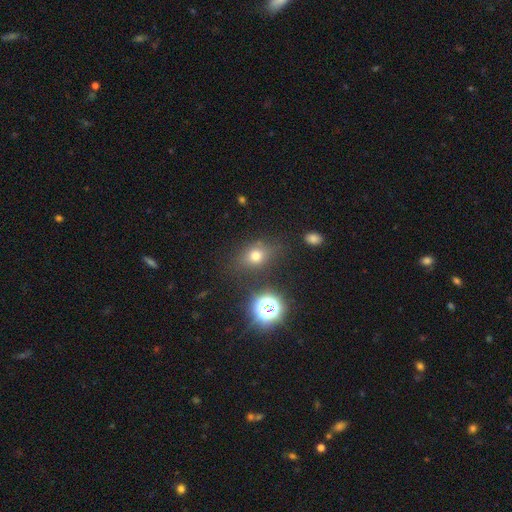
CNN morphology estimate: smooth 69%, star or artifact 20%, featured or disk 10%. Down the decision tree: how rounded — round (54%); merging — none (75%).